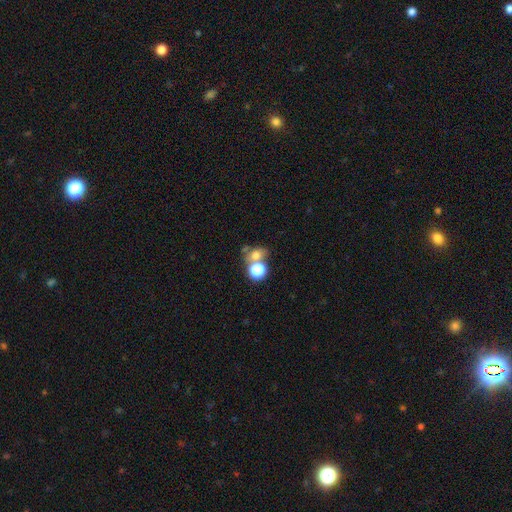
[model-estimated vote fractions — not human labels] The model was most divided on "merging": merger: 44%, none: 40%, minor disturbance: 10%, major disturbance: 7%. More confident: smooth or featured — smooth (68%); how rounded — round (57%).